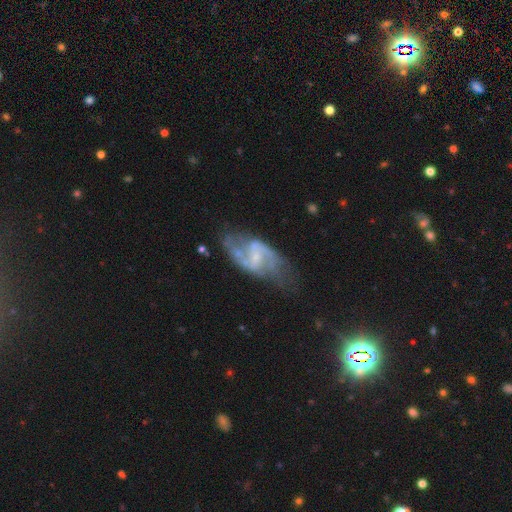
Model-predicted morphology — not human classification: smooth-or-featured: featured or disk: 80% | smooth: 13% | star or artifact: 6%
  disk-edge-on: no: 96% | yes: 4%
    bar: weak: 52% | no: 26% | strong: 22%
    has-spiral-arms: yes: 86% | no: 14%
      spiral-winding: loose: 48% | medium: 40% | tight: 12%
      spiral-arm-count: 2: 82% | can't tell: 10% | 1: 3% | 3: 3% | 4: 1% | more than 4: 1%
    bulge-size: small: 45% | none: 32% | moderate: 19% | large: 2% | dominant: 1%
  merging: none: 51% | minor disturbance: 24% | major disturbance: 19% | merger: 6%